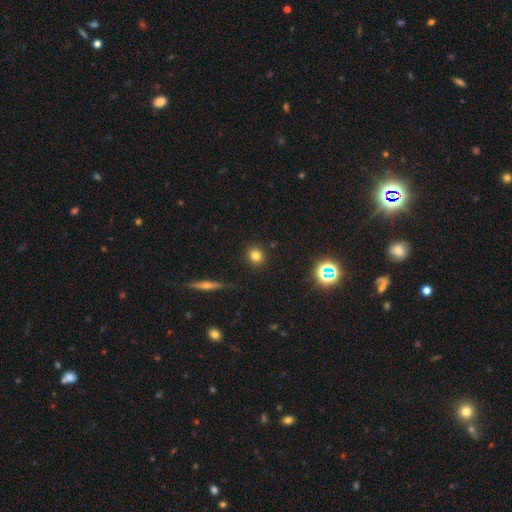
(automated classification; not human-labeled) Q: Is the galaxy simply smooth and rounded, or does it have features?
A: smooth — 78%.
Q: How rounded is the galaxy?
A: round — 84%.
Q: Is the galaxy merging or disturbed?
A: none — 90%.